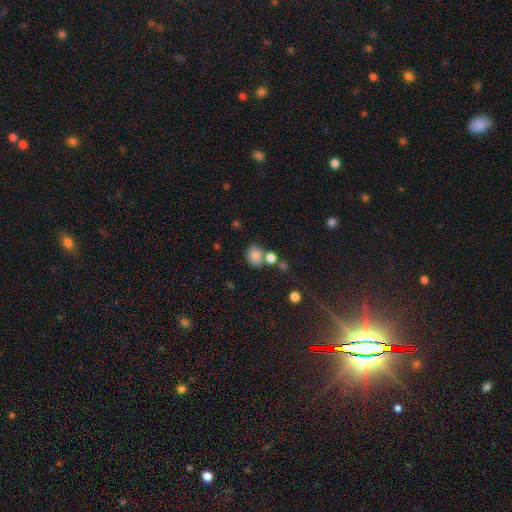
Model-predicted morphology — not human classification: type=smooth (82%); roundness=round (55%); merging=none (56%).